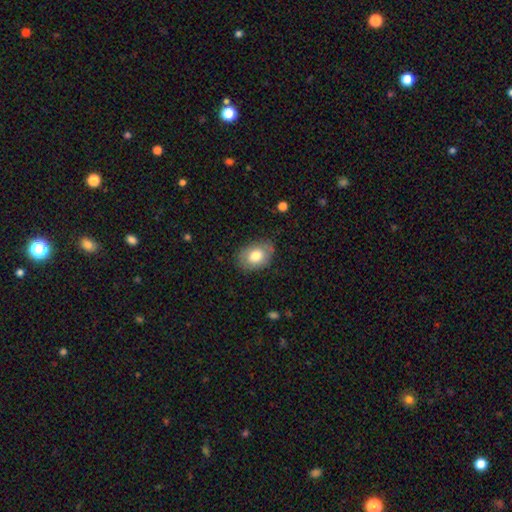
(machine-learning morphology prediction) This is likely a smooth galaxy (75%). How rounded: likely in between (77%). Merging: likely none (78%).